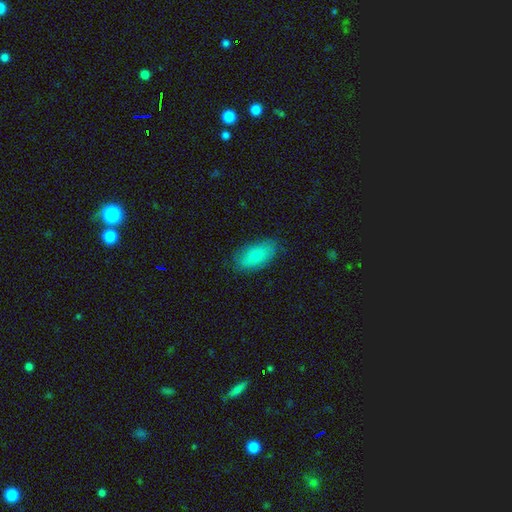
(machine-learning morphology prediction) smooth-or-featured: smooth: 82% | featured or disk: 12% | star or artifact: 6%
  how-rounded: in between: 92% | cigar-shaped: 5% | round: 3%
  merging: none: 80% | minor disturbance: 15% | major disturbance: 4% | merger: 1%